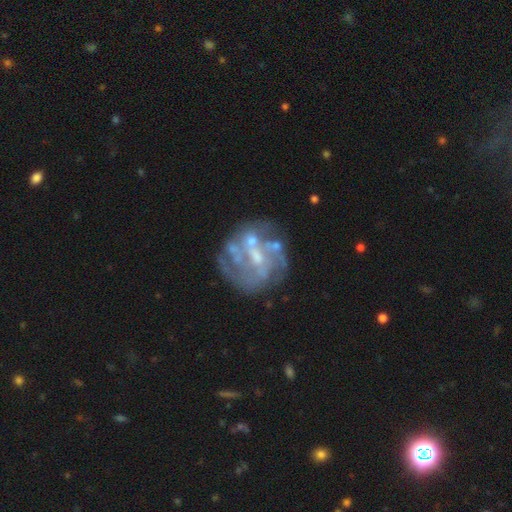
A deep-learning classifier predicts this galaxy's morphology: featured or disk 78%, smooth 13%, star or artifact 10%. Down the decision tree: edge-on disk — no (98%); bar — no (43%); spiral arms — yes (55%); bulge size — small (40%); merging — none (56%).